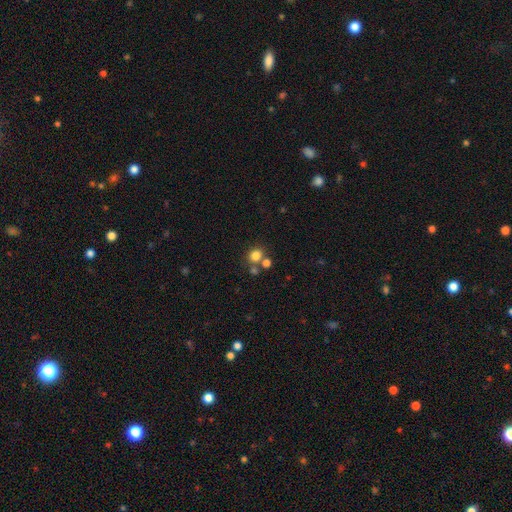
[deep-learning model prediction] A smooth galaxy with no disk features (79%) that is round (74%).

Vote fractions:
- Smooth or featured? smooth: 79% / star or artifact: 13% / featured or disk: 7%
- How rounded? round: 74% / in between: 25% / cigar-shaped: 1%
- Merging? none: 59% / merger: 27% / minor disturbance: 9% / major disturbance: 4%